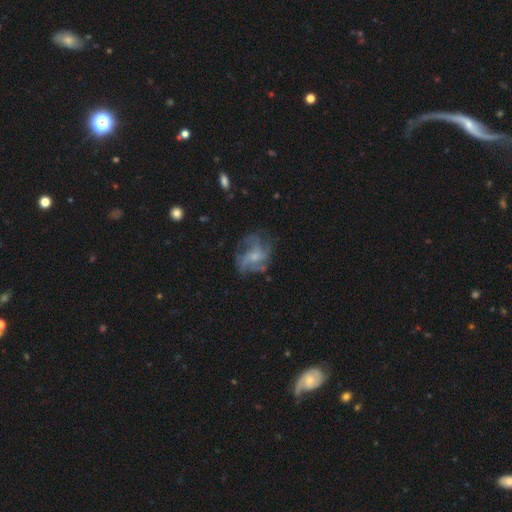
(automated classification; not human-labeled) Morphology: type=featured or disk (72%); edge-on=no (97%); bar=no (63%); spiral arms=yes (87%); winding=medium (46%); arm count=can't tell (29%); bulge=small (47%); merging=none (68%).